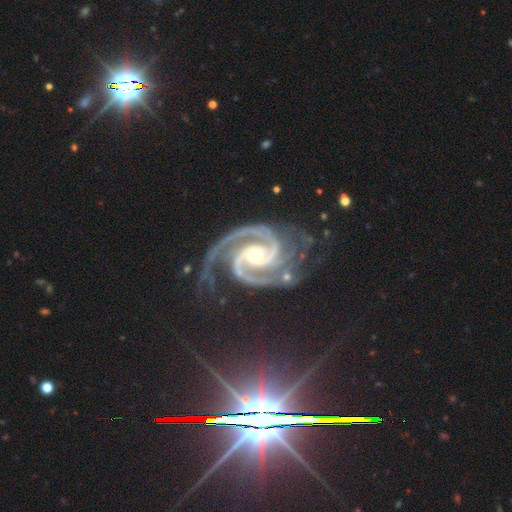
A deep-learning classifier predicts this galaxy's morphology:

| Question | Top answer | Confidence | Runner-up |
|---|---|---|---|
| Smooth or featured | featured or disk | 93% | star or artifact (5%) |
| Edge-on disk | no | 98% | yes (2%) |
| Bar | no | 46% | weak (33%) |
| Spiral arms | yes | 99% | no (1%) |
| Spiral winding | tight | 47% | tied: medium (47%) |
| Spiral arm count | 2 | 64% | 3 (18%) |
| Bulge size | moderate | 69% | small (22%) |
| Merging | none | 61% | minor disturbance (21%) |